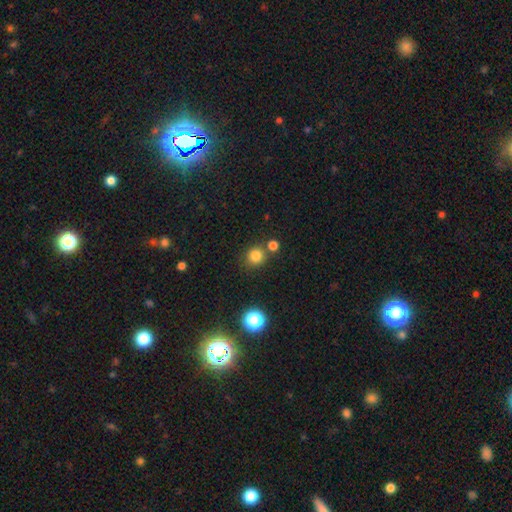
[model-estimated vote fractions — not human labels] Overall: smooth (81%). How rounded: round (87%). Merging: none (73%).